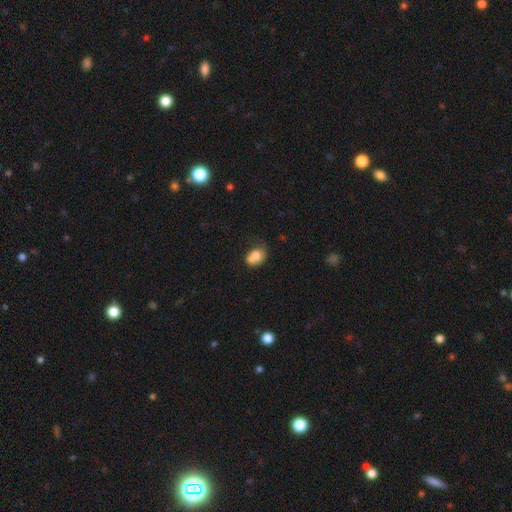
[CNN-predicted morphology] smooth 75%, featured or disk 16%, star or artifact 9%. Down the decision tree: how rounded — in between (64%); merging — none (40%).